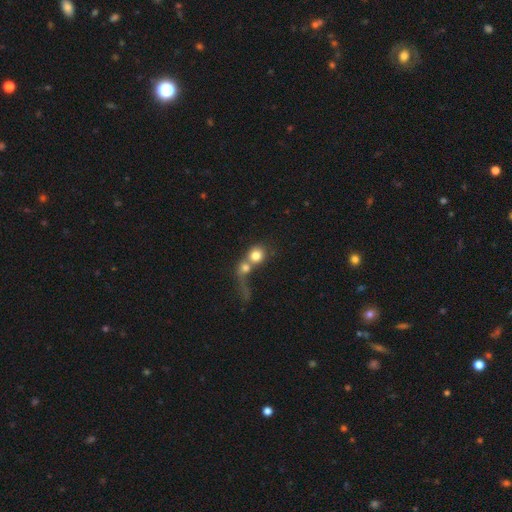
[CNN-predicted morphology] Smooth or featured: smooth — 74% (featured or disk — 17%)
How rounded: round — 80% (in between — 19%)
Merging: merger — 67% (none — 18%)